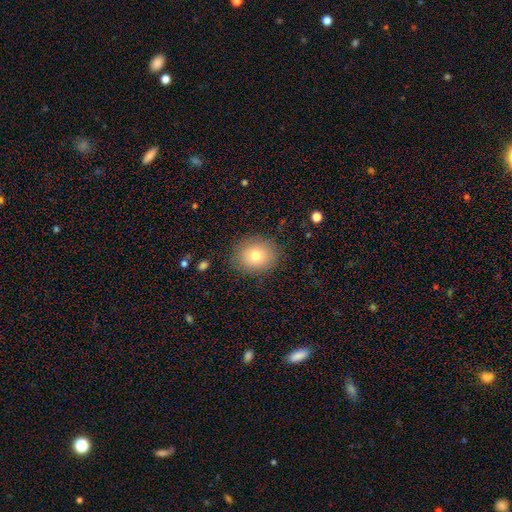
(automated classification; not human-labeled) Smooth or featured? Predicted: smooth (p=0.77). How rounded? Predicted: round (p=0.67). Merging? Predicted: none (p=0.86).